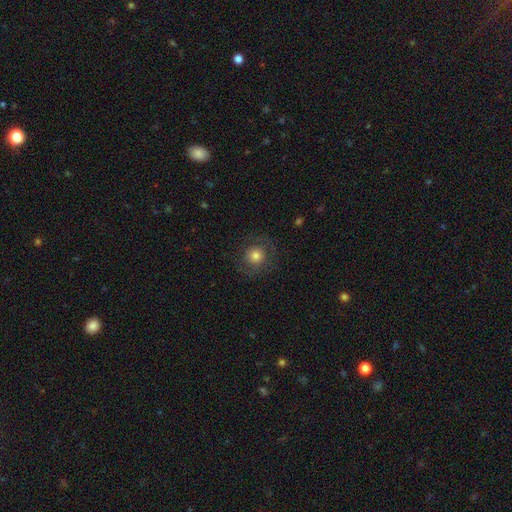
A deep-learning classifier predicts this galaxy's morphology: The model was most divided on "smooth or featured": smooth: 68%, featured or disk: 22%, star or artifact: 10%. More confident: how rounded — round (92%); merging — none (80%).